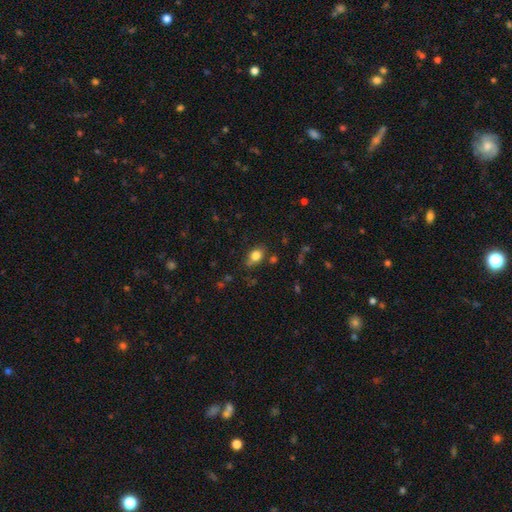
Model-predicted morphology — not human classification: A smooth galaxy with no disk features (80%) that is in between round and cigar-shaped (70%). Merging: none (73%).